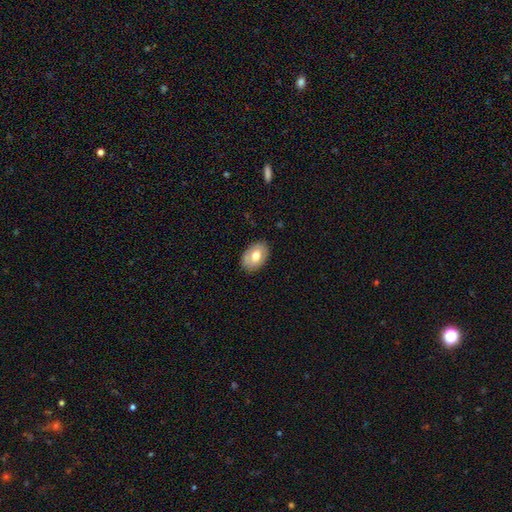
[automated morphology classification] This is likely a smooth galaxy (65%). How rounded: clearly in between (85%). Merging: clearly none (84%).